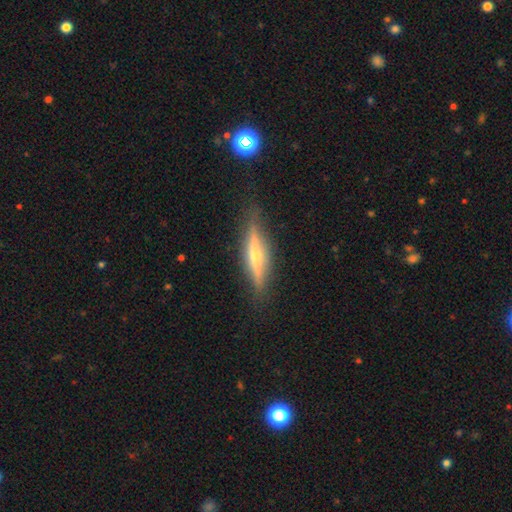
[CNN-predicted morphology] smooth_or_featured: featured or disk (p=0.67) [alt: smooth p=0.27]
disk_edge_on: yes (p=0.95) [alt: no p=0.05]
edge_on_bulge: rounded (p=0.72) [alt: none p=0.19]
merging: none (p=0.85) [alt: minor disturbance p=0.11]